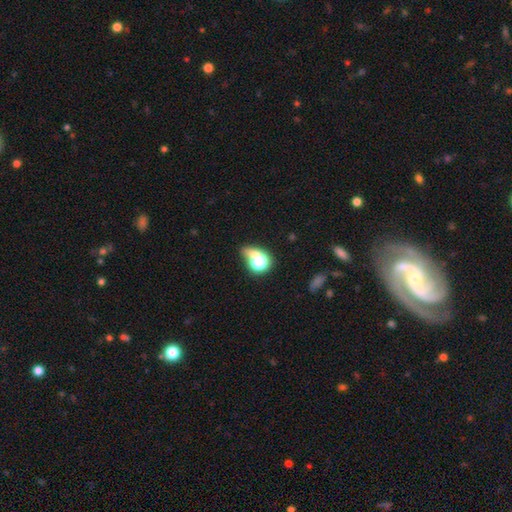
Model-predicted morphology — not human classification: This is likely a smooth galaxy (64%). How rounded: possibly in between (51%). Merging: marginally merger (32%).